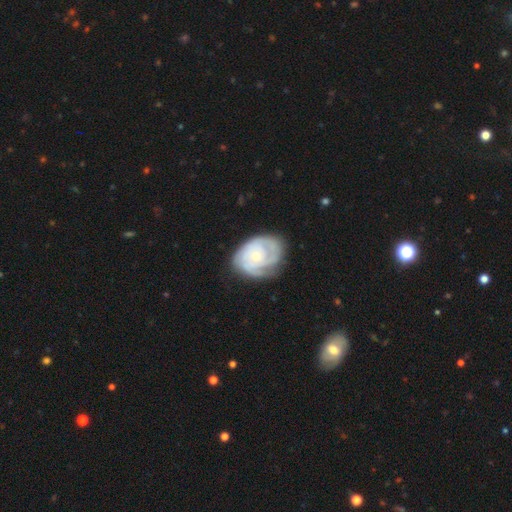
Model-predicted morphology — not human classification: Smooth or featured: featured or disk — 75% (smooth — 20%)
Edge-on disk: no — 98% (yes — 2%)
Bar: no — 78% (weak — 19%)
Spiral arms: yes — 89% (no — 11%)
Spiral winding: tight — 66% (medium — 26%)
Spiral arm count: can't tell — 40% (2 — 23%)
Bulge size: small — 66% (moderate — 27%)
Merging: none — 62% (minor disturbance — 25%)